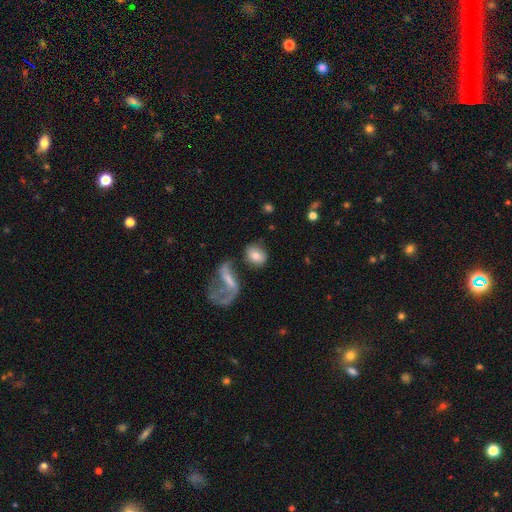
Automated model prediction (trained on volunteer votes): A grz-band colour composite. It shows a smooth galaxy with no disk features (68%) that is in between round and cigar-shaped (52%). Merging: none (56%).